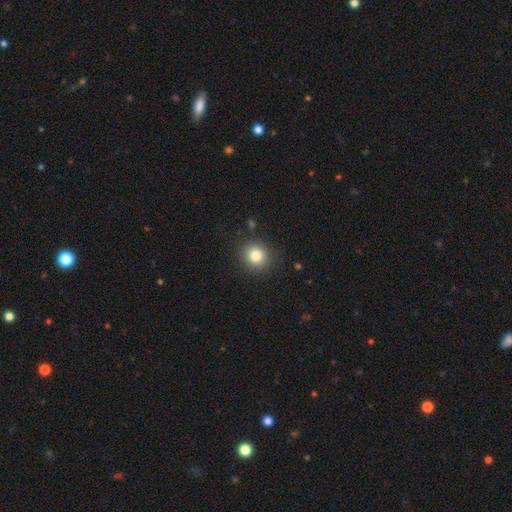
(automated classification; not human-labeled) Smooth or featured? Predicted: smooth (p=0.82). How rounded? Predicted: round (p=0.87). Merging? Predicted: none (p=0.88).